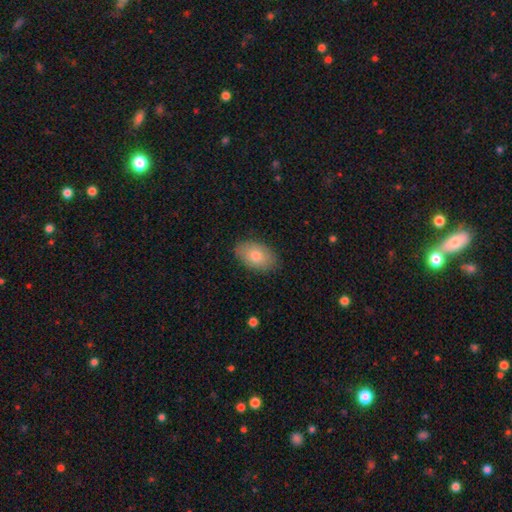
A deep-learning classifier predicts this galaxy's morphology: Q: Smooth or featured?
A: smooth (79%); runner-up: featured or disk (15%)
Q: How rounded?
A: in between (92%); runner-up: round (7%)
Q: Merging?
A: none (86%); runner-up: minor disturbance (11%)